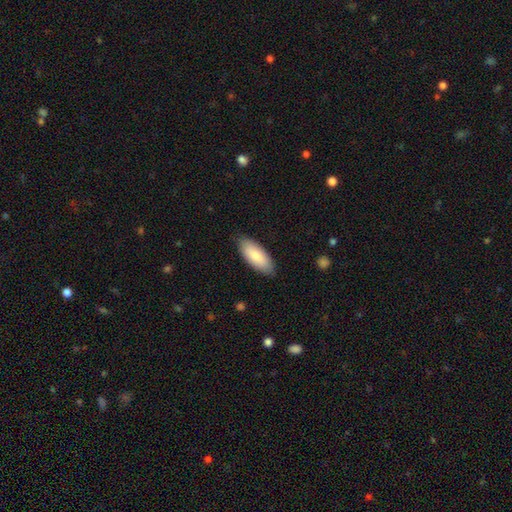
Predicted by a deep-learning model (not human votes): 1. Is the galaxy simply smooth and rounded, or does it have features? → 80% smooth, 15% featured or disk, 5% star or artifact.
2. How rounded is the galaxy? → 84% in between, 15% cigar-shaped, 2% round.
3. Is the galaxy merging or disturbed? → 85% none, 12% minor disturbance, 2% major disturbance, 1% merger.